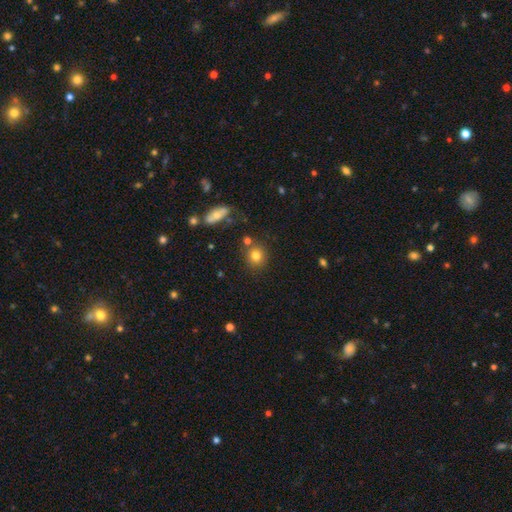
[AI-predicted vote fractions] Smooth or featured? smooth (80%)
How rounded? round (84%)
Merging? none (77%)